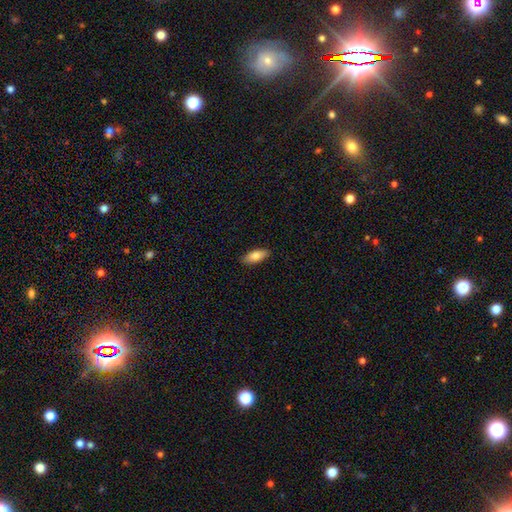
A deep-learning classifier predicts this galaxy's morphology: smooth_or_featured: smooth (p=0.80) [alt: featured or disk p=0.14]
how_rounded: in between (p=0.77) [alt: cigar-shaped p=0.21]
merging: none (p=0.89) [alt: minor disturbance p=0.08]